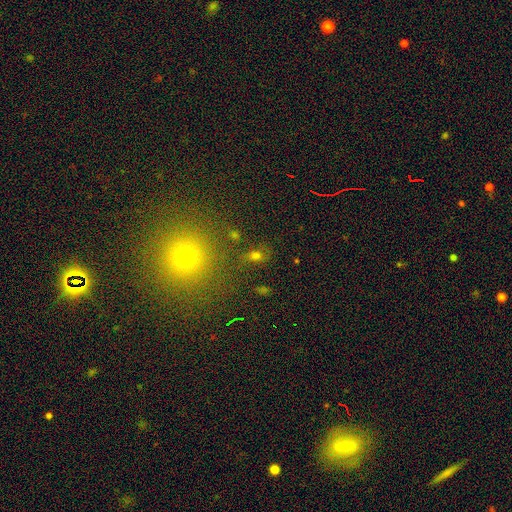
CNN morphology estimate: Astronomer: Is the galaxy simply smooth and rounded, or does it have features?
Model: smooth — 63%.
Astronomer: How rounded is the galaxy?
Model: in between — 61% (runner-up: round, 36%).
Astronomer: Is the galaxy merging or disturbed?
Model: none — 61%.